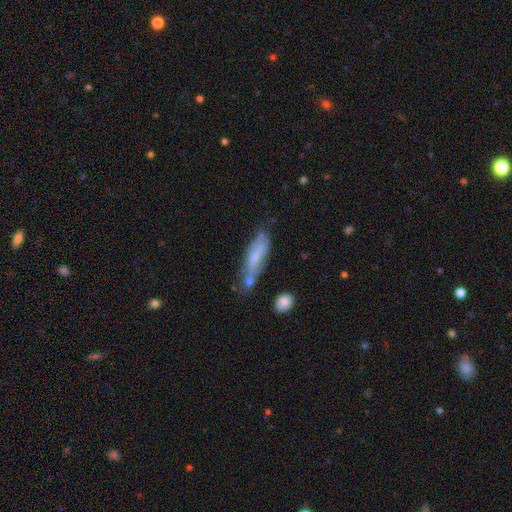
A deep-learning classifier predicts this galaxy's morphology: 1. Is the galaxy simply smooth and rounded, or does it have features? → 54% smooth, 38% featured or disk, 8% star or artifact.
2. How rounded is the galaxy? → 58% cigar-shaped, 40% in between, 2% round.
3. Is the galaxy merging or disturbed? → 47% none, 29% minor disturbance, 12% major disturbance, 11% merger.